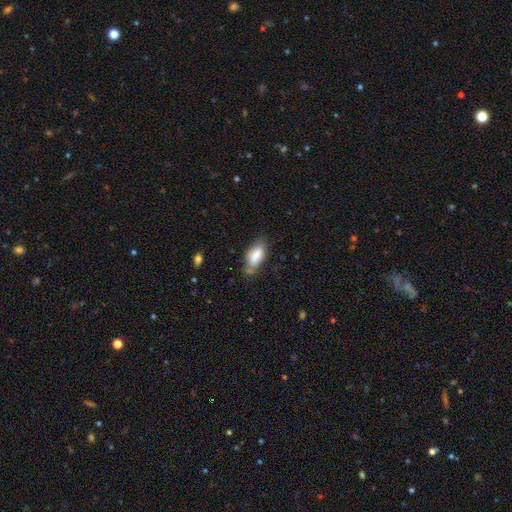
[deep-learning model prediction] A smooth galaxy with no disk features (81%) that is in between round and cigar-shaped (87%). Merging: none (60%).